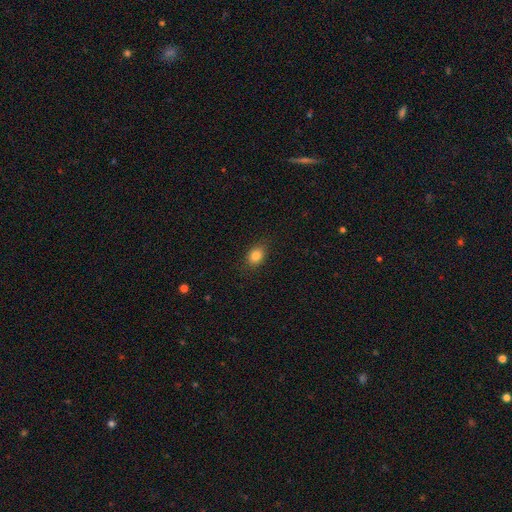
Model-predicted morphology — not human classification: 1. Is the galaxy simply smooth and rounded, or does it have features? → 83% smooth, 10% star or artifact, 7% featured or disk.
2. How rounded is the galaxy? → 67% in between, 32% round, 2% cigar-shaped.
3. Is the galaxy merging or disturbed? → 84% none, 12% minor disturbance, 3% major disturbance, 1% merger.